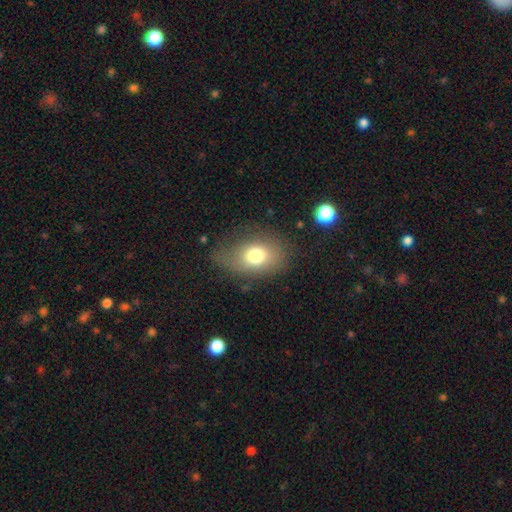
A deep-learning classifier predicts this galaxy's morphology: Smooth or featured? smooth (73%)
How rounded? in between (73%)
Merging? none (60%)